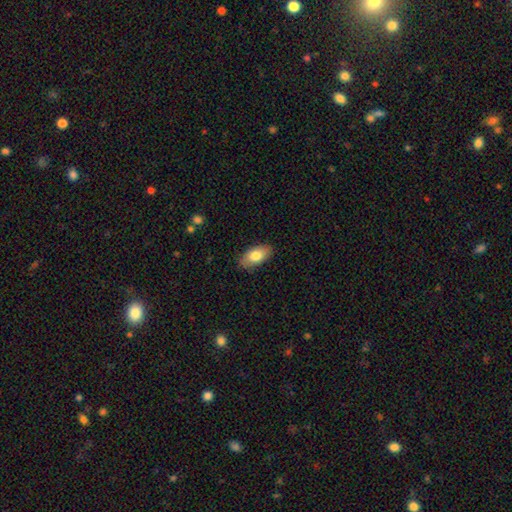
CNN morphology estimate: A smooth galaxy with no disk features (79%) that is in between round and cigar-shaped (92%).

Vote fractions:
- Smooth or featured? smooth: 79% / featured or disk: 15% / star or artifact: 6%
- How rounded? in between: 92% / cigar-shaped: 4% / round: 4%
- Merging? none: 85% / minor disturbance: 11% / major disturbance: 2% / merger: 1%